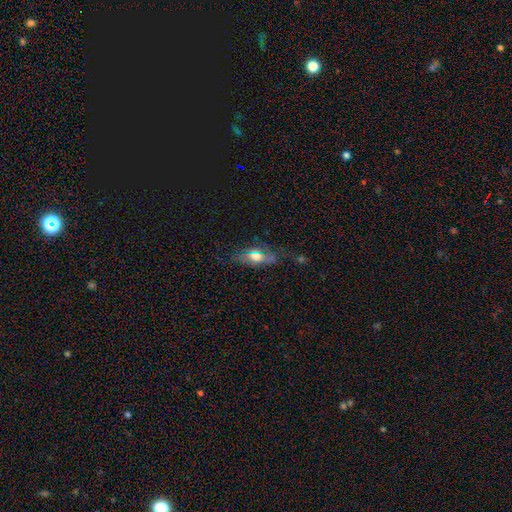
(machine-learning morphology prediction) Overall: smooth (56%; featured or disk 30%). How rounded: in between (74%). Merging: none (66%).